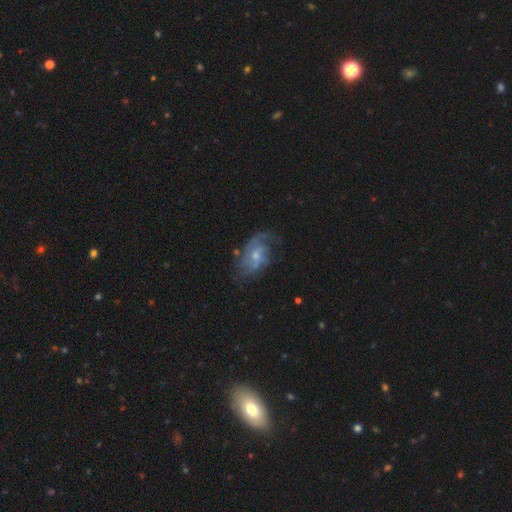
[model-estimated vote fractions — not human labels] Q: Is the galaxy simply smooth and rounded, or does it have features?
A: featured or disk — 74%.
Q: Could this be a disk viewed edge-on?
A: no — 97%.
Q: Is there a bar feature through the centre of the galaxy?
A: no — 68%.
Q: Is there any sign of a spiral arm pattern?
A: yes — 84%.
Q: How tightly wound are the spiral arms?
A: medium — 42%.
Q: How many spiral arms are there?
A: can't tell — 35%, tied with 2.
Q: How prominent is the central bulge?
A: small — 55%.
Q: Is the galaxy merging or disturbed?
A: none — 56%.